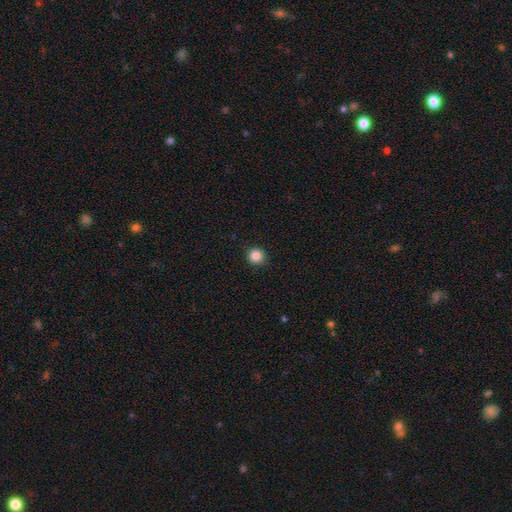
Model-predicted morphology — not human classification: smooth 86%, star or artifact 11%, featured or disk 4%. Down the decision tree: how rounded — round (92%); merging — none (91%).